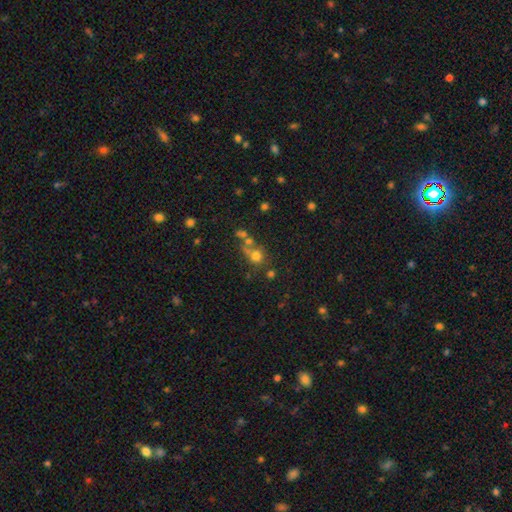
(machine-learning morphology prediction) This appears to be a smooth galaxy with no disk features (67%) that is round (81%). Merging: none (43%).